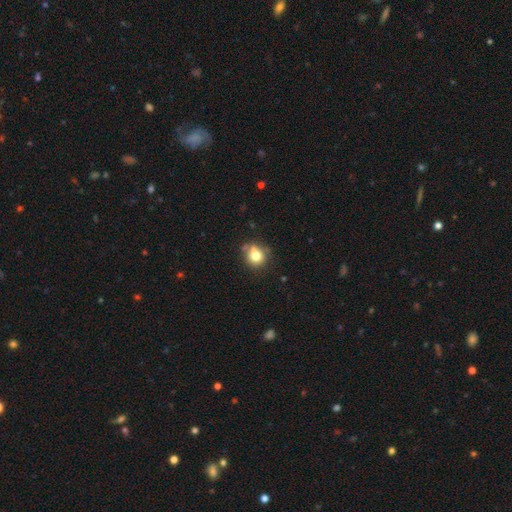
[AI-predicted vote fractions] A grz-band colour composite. It shows a smooth galaxy with no disk features (75%) that is round (83%). Merging: none (62%).